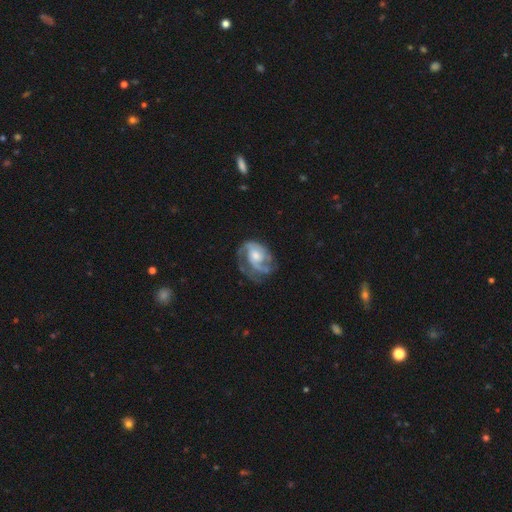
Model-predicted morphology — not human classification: A featured or disk galaxy (80%) with no bar (63%), 2 (44%) medium (45%) spiral arms (91%) and a moderate central bulge (55%).

Vote fractions:
- Smooth or featured? featured or disk: 80% / smooth: 14% / star or artifact: 6%
- Edge-on disk? no: 98% / yes: 2%
- Bar? no: 63% / weak: 30% / strong: 7%
- Spiral arms? yes: 91% / no: 9%
- Spiral winding? medium: 45% / tight: 35% / loose: 20%
- Spiral arm count? 2: 44% / can't tell: 20% / 3: 19% / 1: 10% / 4: 4% / more than 4: 3%
- Bulge size? moderate: 55% / small: 27% / large: 12% / none: 4% / dominant: 1%
- Merging? none: 50% / major disturbance: 25% / minor disturbance: 23% / merger: 2%